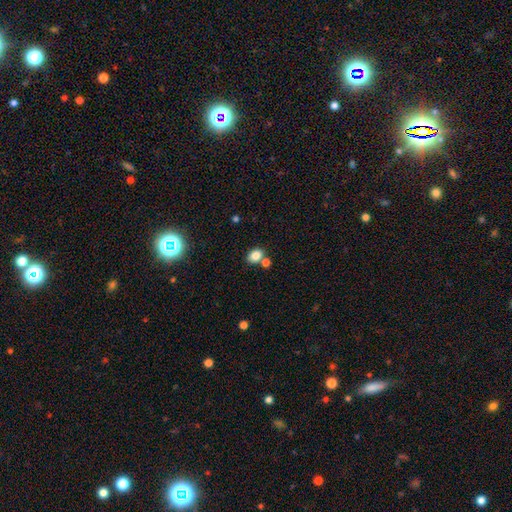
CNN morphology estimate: This appears to be a smooth galaxy with no disk features (82%) that is in between round and cigar-shaped (69%). Merging: none (65%).